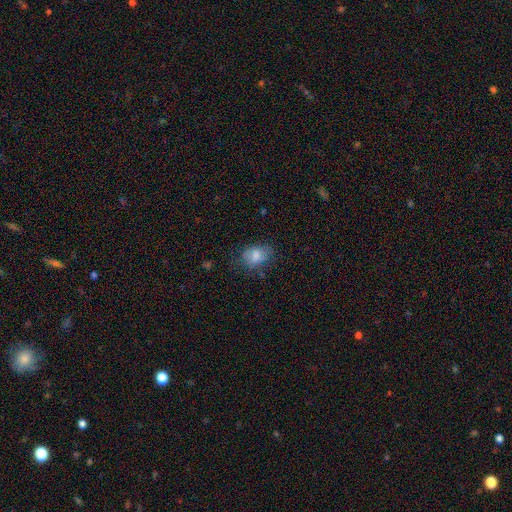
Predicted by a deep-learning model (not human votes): smooth_or_featured: smooth (p=0.73) [alt: featured or disk p=0.17]
how_rounded: in between (p=0.78) [alt: round p=0.21]
merging: none (p=0.56) [alt: minor disturbance p=0.28]